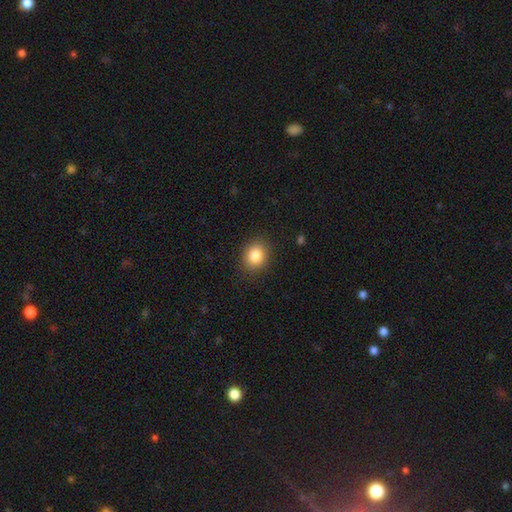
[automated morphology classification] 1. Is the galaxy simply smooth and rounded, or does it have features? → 85% smooth, 10% star or artifact, 6% featured or disk.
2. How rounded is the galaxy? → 64% round, 36% in between, 1% cigar-shaped.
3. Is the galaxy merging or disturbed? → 89% none, 8% minor disturbance, 2% major disturbance, 1% merger.